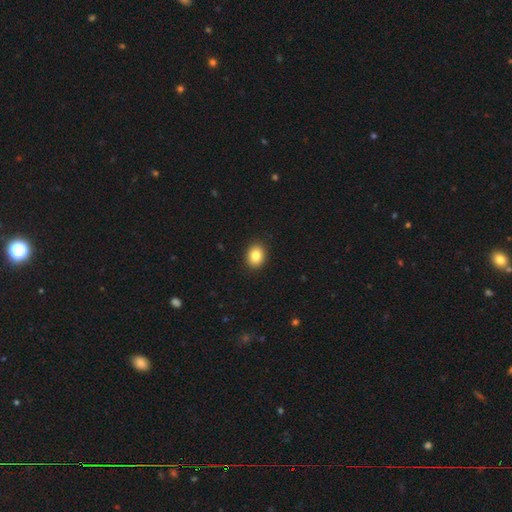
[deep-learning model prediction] Smooth or featured? Predicted: smooth (p=0.85). How rounded? Predicted: in between (p=0.55). Merging? Predicted: none (p=0.91).